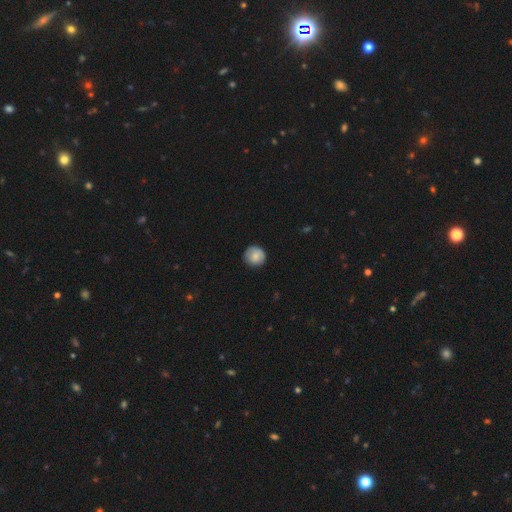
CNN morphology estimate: The model was most divided on "smooth or featured": smooth: 80%, featured or disk: 13%, star or artifact: 7%. More confident: how rounded — round (92%); merging — none (83%).